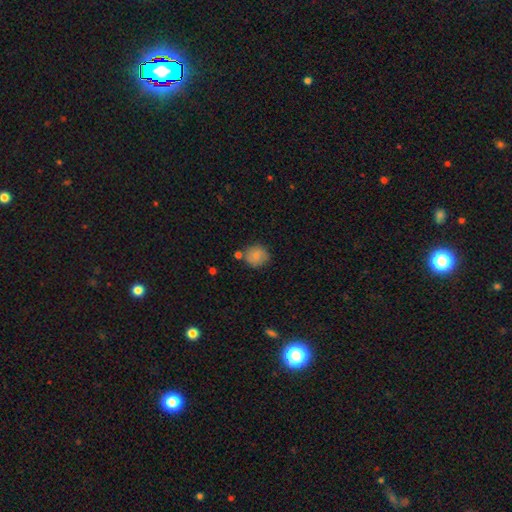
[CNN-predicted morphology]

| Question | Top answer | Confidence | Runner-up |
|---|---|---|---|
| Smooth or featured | smooth | 84% | star or artifact (8%) |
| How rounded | round | 84% | in between (15%) |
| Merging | none | 73% | minor disturbance (14%) |